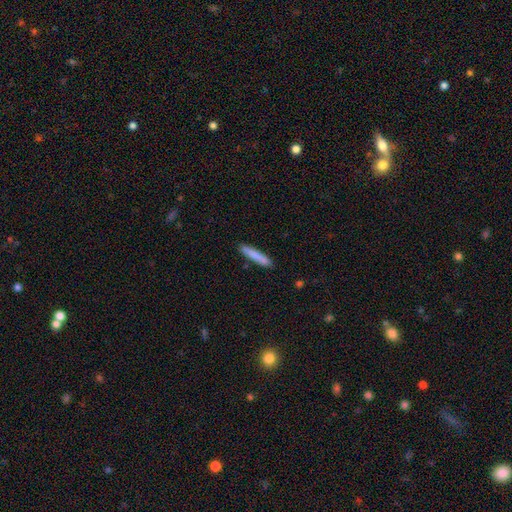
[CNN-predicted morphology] Smooth or featured?
  - smooth: 83% *
  - featured or disk: 11%
  - star or artifact: 6%
How rounded?
  - cigar-shaped: 93% *
  - in between: 6%
  - round: 1%
Merging?
  - none: 89% *
  - minor disturbance: 8%
  - major disturbance: 2%
  - merger: 2%